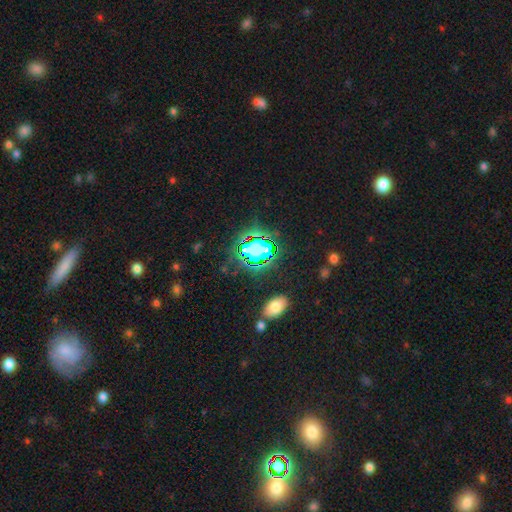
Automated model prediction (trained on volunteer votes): This appears to be a star or artifact, not a galaxy (64%).